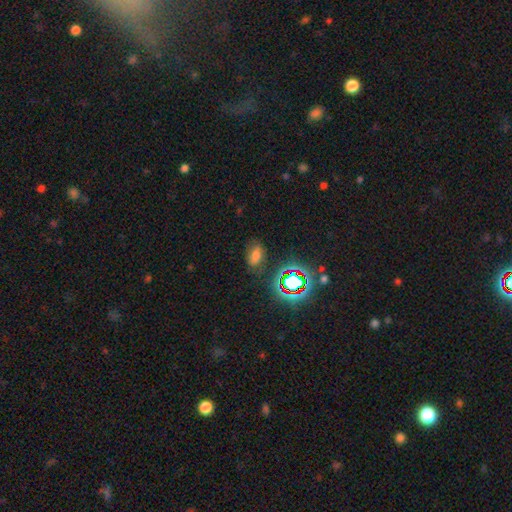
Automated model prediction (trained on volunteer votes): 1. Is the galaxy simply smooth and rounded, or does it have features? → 62% smooth, 26% star or artifact, 13% featured or disk.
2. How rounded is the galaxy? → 85% in between, 12% round, 3% cigar-shaped.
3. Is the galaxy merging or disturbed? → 74% none, 17% minor disturbance, 6% major disturbance, 3% merger.